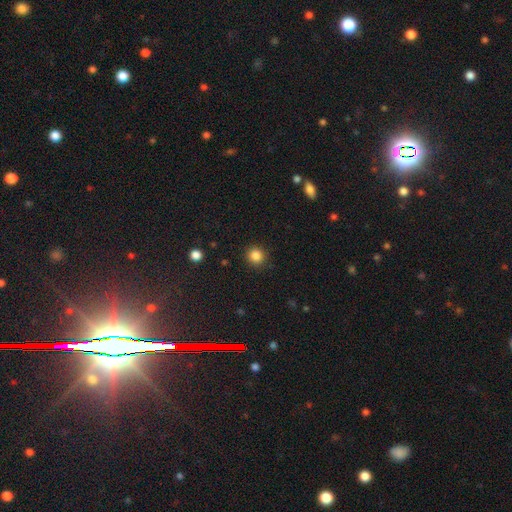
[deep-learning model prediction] This appears to be a smooth galaxy with no disk features (85%) that is round (93%). Merging: none (91%).